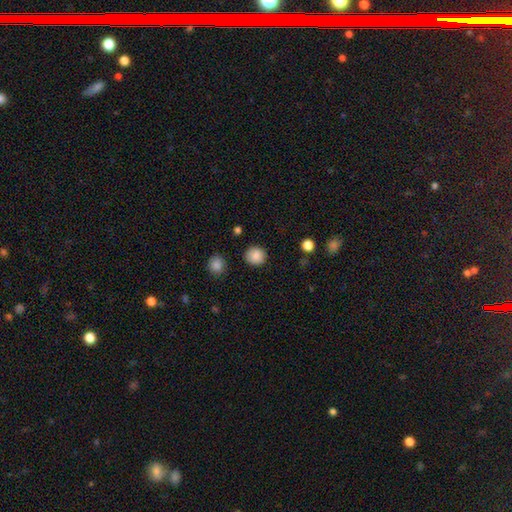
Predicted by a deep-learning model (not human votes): Q: Smooth or featured?
A: smooth (86%); runner-up: star or artifact (9%)
Q: How rounded?
A: round (89%); runner-up: in between (10%)
Q: Merging?
A: none (89%); runner-up: minor disturbance (7%)